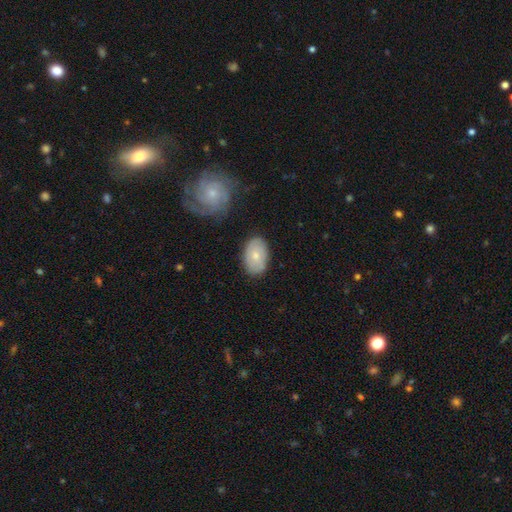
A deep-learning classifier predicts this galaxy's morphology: Smooth or featured? smooth (67%)
How rounded? in between (90%)
Merging? none (82%)